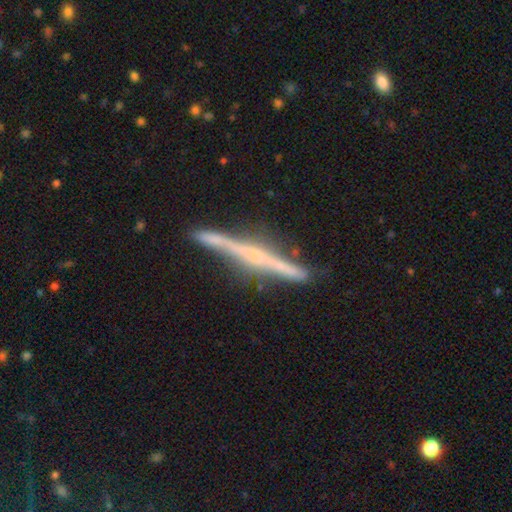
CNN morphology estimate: A featured or disk galaxy (84%) viewed edge-on (98%) with a rounded central bulge (65%). Merging: none (84%).